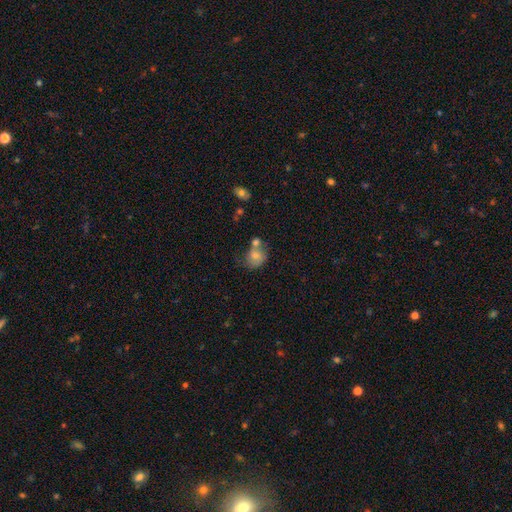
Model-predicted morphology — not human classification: Smooth or featured?
  - smooth: 68% *
  - featured or disk: 22%
  - star or artifact: 10%
How rounded?
  - round: 59% *
  - in between: 39%
  - cigar-shaped: 1%
Merging?
  - merger: 44% *
  - none: 32%
  - minor disturbance: 16%
  - major disturbance: 8%